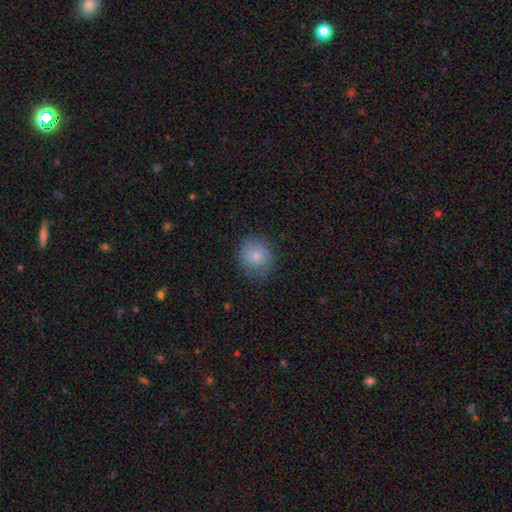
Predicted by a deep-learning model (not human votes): This is likely a smooth galaxy (77%). How rounded: likely round (80%). Merging: likely none (71%).